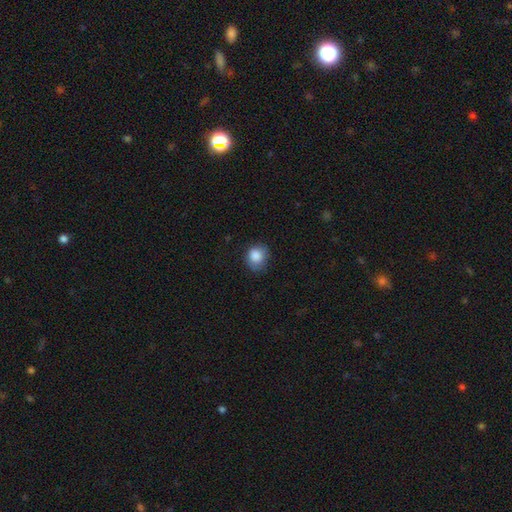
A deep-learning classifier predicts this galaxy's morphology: smooth_or_featured: smooth (p=0.86) [alt: star or artifact p=0.08]
how_rounded: round (p=0.73) [alt: in between p=0.26]
merging: none (p=0.66) [alt: minor disturbance p=0.27]